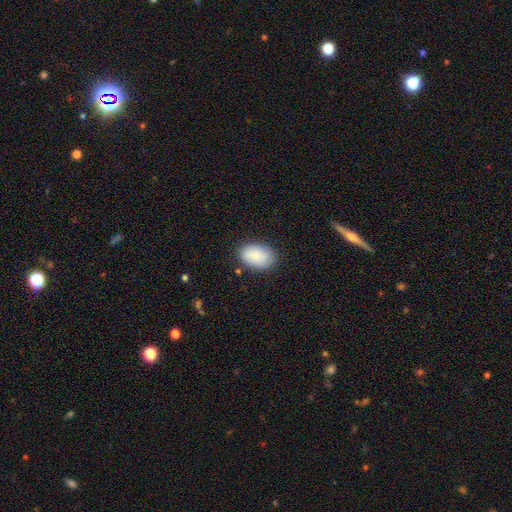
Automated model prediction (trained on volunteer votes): Smooth or featured?
  - smooth: 87% *
  - featured or disk: 7%
  - star or artifact: 7%
How rounded?
  - in between: 90% *
  - round: 9%
  - cigar-shaped: 1%
Merging?
  - none: 83% *
  - minor disturbance: 12%
  - major disturbance: 3%
  - merger: 1%